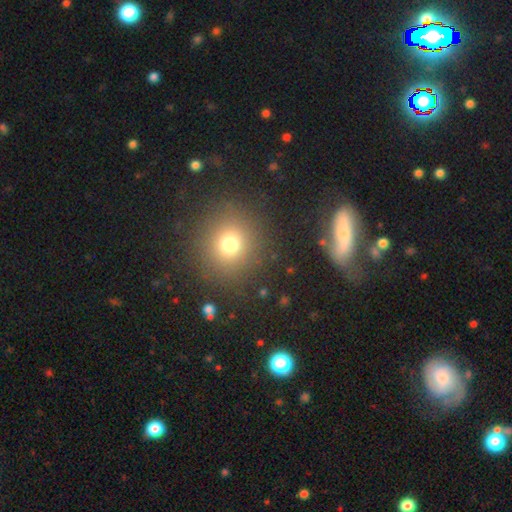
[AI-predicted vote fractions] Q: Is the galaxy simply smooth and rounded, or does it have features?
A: smooth — 62%.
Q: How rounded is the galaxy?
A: round — 85%.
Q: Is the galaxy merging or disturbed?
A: none — 85%.